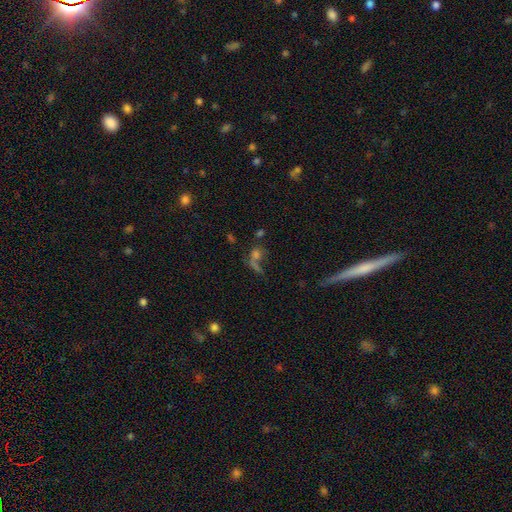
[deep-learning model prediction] Q: Smooth or featured?
A: smooth (42%); runner-up: star or artifact (31%)
Q: Merging?
A: none (41%); runner-up: merger (26%)